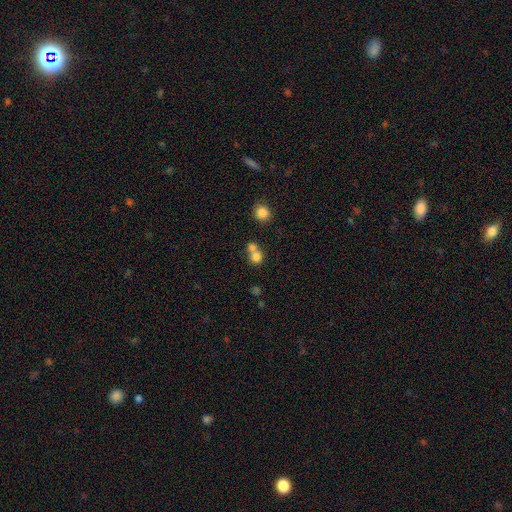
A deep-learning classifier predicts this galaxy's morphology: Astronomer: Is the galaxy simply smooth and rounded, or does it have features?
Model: smooth — 76%.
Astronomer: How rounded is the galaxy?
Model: round — 82%.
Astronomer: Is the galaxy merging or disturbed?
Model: merger — 53% (runner-up: none, 38%).